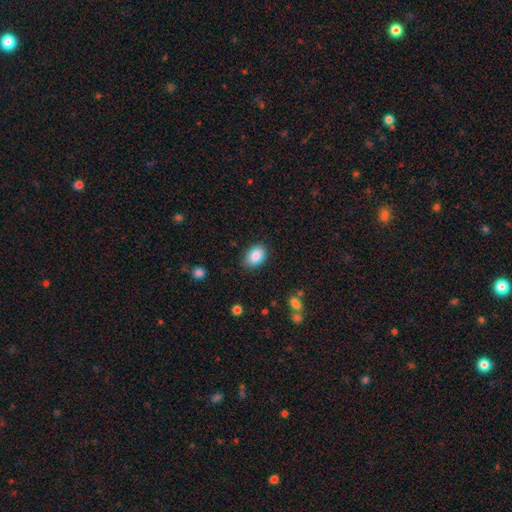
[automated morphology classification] smooth-or-featured: smooth: 87% | star or artifact: 8% | featured or disk: 5%
  how-rounded: in between: 79% | round: 20% | cigar-shaped: 1%
  merging: none: 84% | minor disturbance: 12% | major disturbance: 3% | merger: 1%